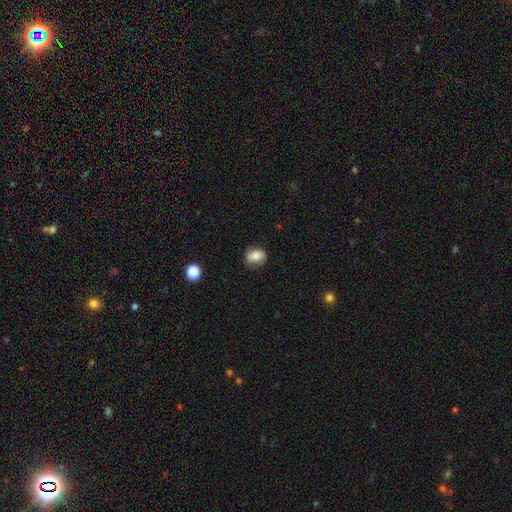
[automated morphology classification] This appears to be a smooth galaxy with no disk features (72%) that is in between round and cigar-shaped (61%). Merging: none (72%).